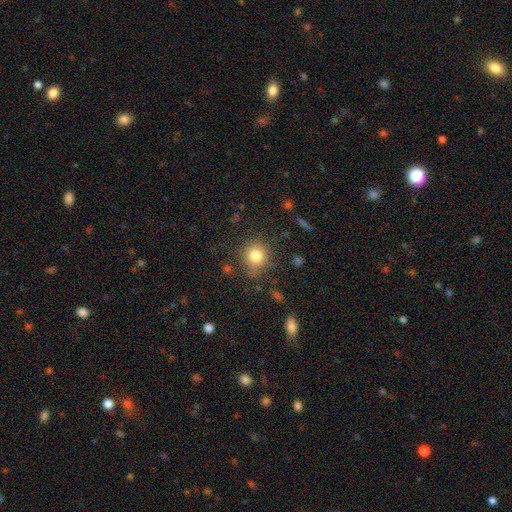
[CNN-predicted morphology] smooth-or-featured: smooth: 81% | star or artifact: 11% | featured or disk: 8%
  how-rounded: round: 83% | in between: 16% | cigar-shaped: 1%
  merging: none: 78% | minor disturbance: 14% | major disturbance: 5% | merger: 2%